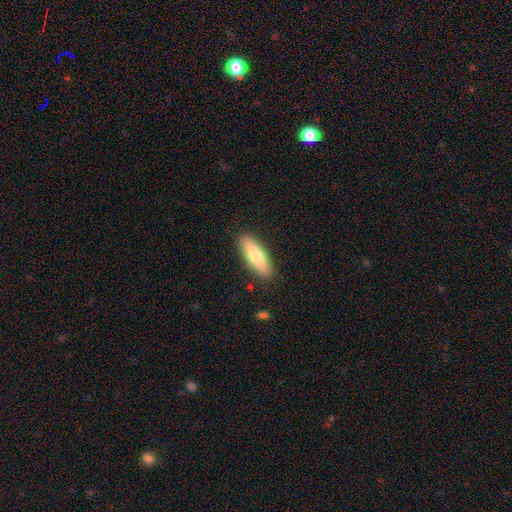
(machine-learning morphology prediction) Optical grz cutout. It shows a smooth galaxy with no disk features (73%) that is in between round and cigar-shaped (55%). Merging: none (88%).